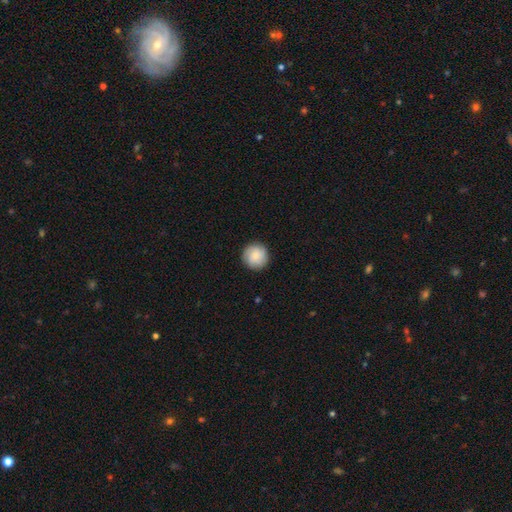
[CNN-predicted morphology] smooth_or_featured: smooth (p=0.77) [alt: featured or disk p=0.17]
how_rounded: round (p=0.96) [alt: in between p=0.03]
merging: none (p=0.90) [alt: minor disturbance p=0.07]